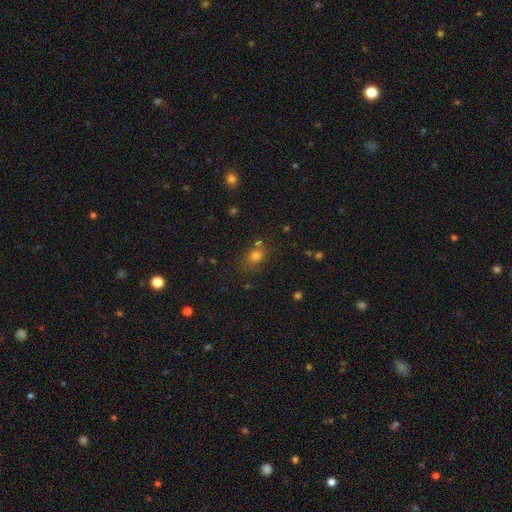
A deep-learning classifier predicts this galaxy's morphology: Smooth or featured? Predicted: smooth (p=0.75). How rounded? Predicted: round (p=0.50). Merging? Predicted: none (p=0.64).